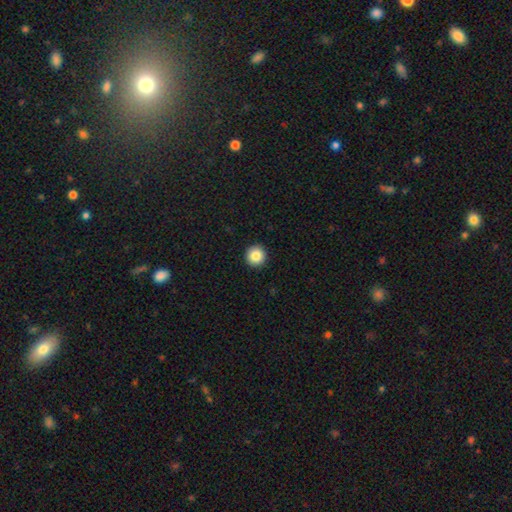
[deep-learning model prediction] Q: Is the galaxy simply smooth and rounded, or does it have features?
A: smooth — 87%.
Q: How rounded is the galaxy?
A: round — 94%.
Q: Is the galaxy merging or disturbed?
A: none — 93%.